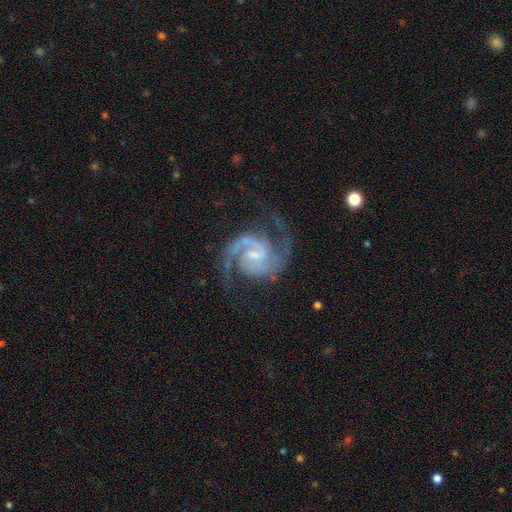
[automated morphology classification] smooth-or-featured: featured or disk: 93% | star or artifact: 4% | smooth: 3%
  disk-edge-on: no: 98% | yes: 2%
    bar: weak: 54% | no: 33% | strong: 14%
    has-spiral-arms: yes: 99% | no: 1%
      spiral-winding: medium: 61% | tight: 24% | loose: 15%
      spiral-arm-count: 2: 89% | 3: 4% | can't tell: 2% | 1: 2% | 4: 1% | more than 4: 1%
    bulge-size: small: 49% | moderate: 35% | none: 12% | large: 3% | dominant: 1%
  merging: none: 73% | minor disturbance: 16% | major disturbance: 10% | merger: 2%